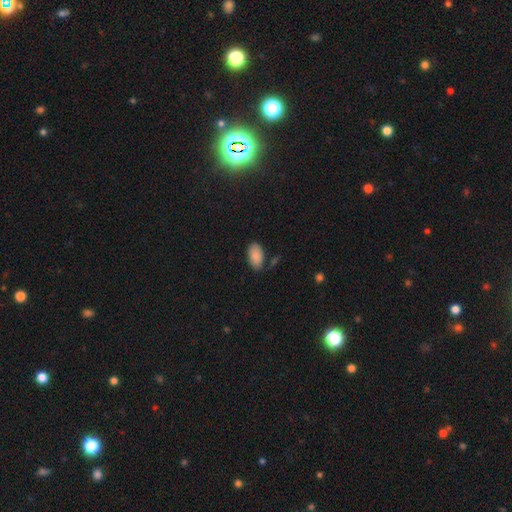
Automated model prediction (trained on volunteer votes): Smooth or featured? smooth (88%)
How rounded? in between (95%)
Merging? none (74%)